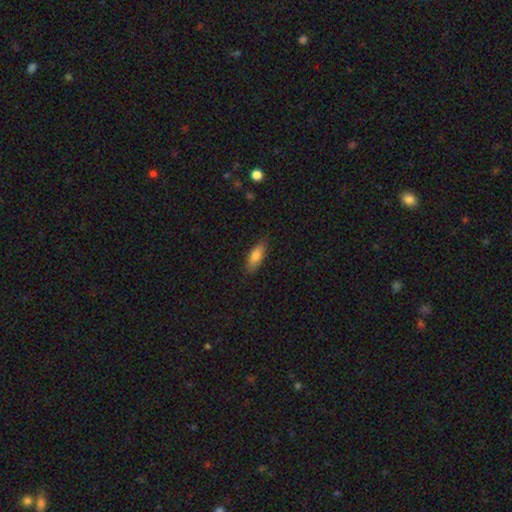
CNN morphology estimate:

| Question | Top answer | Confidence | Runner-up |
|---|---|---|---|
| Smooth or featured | smooth | 77% | featured or disk (16%) |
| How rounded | in between | 70% | cigar-shaped (28%) |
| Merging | none | 84% | minor disturbance (12%) |